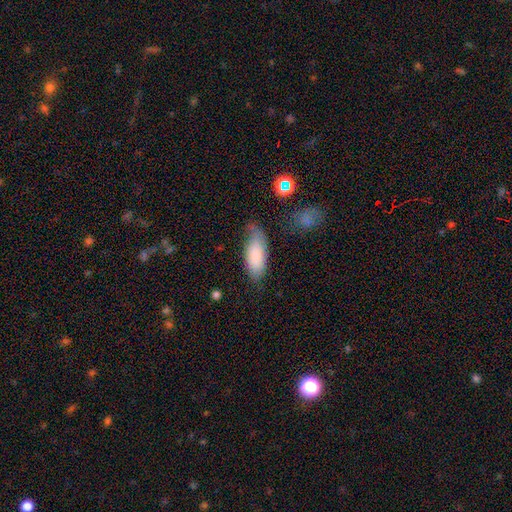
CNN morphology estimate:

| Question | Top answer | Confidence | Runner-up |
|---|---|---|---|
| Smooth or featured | smooth | 82% | featured or disk (12%) |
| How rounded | in between | 82% | cigar-shaped (16%) |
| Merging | none | 56% | minor disturbance (31%) |